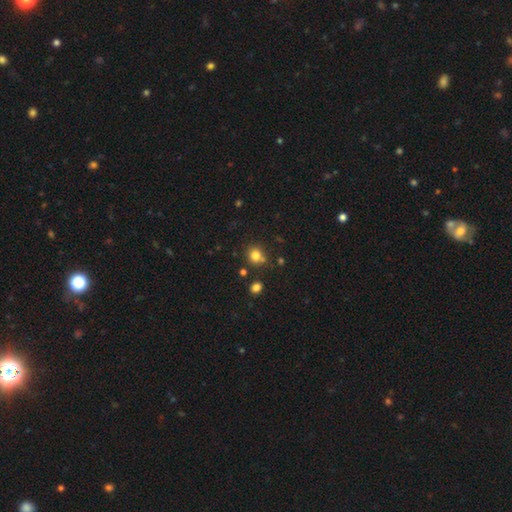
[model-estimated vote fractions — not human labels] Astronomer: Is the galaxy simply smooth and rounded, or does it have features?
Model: smooth — 79%.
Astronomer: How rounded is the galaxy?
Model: round — 83%.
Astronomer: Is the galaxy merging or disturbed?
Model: none — 71%.